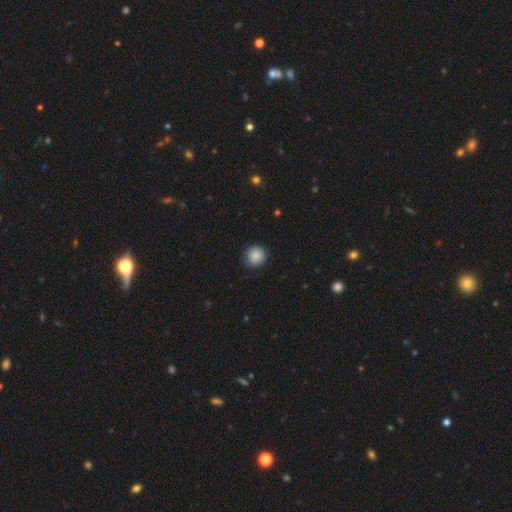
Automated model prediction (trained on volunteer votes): Overall: smooth (86%). How rounded: round (93%). Merging: none (84%).